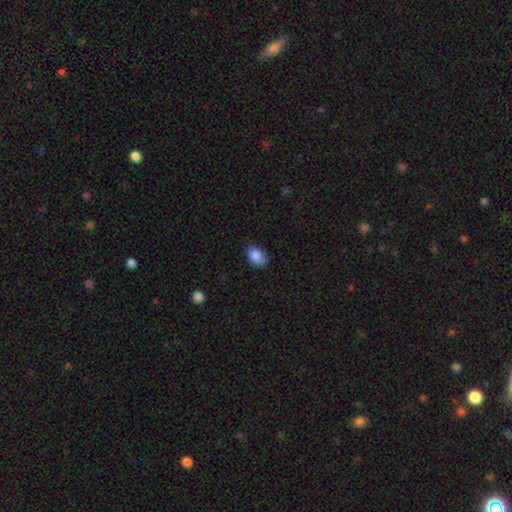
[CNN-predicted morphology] This appears to be a smooth galaxy with no disk features (85%) that is in between round and cigar-shaped (74%). Merging: none (70%).